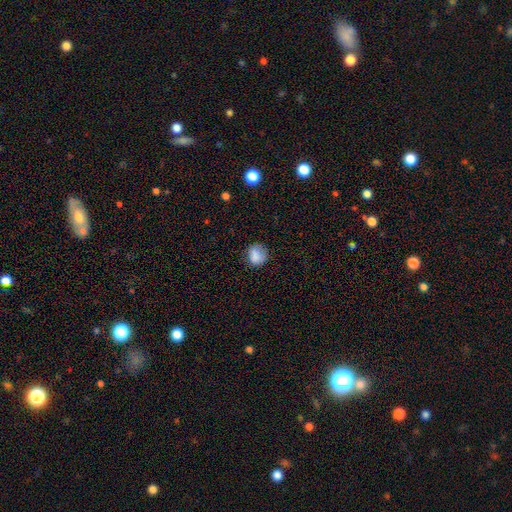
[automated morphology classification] smooth-or-featured: smooth: 82% | star or artifact: 10% | featured or disk: 8%
  how-rounded: round: 70% | in between: 29% | cigar-shaped: 1%
  merging: none: 66% | minor disturbance: 24% | major disturbance: 8% | merger: 2%